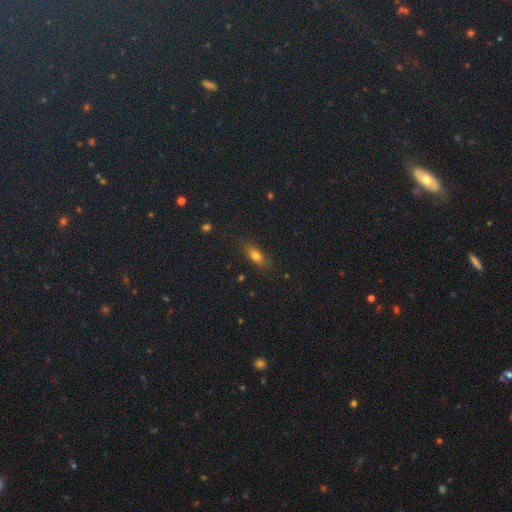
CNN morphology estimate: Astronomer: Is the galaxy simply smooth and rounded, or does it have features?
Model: smooth — 72%.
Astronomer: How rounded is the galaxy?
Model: in between — 73%.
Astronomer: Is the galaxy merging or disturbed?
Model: none — 81%.